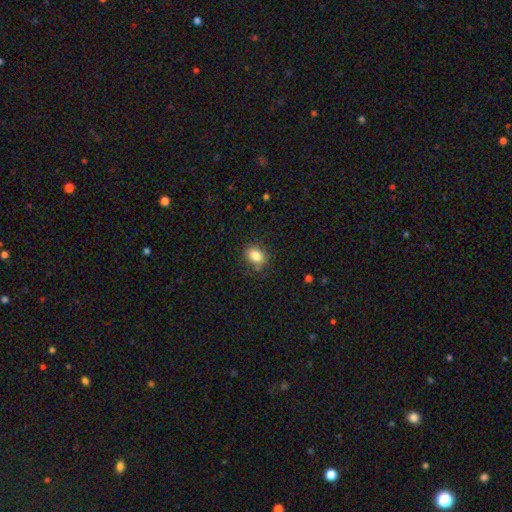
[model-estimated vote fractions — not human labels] smooth 83%, star or artifact 10%, featured or disk 7%. Down the decision tree: how rounded — in between (69%); merging — none (82%).